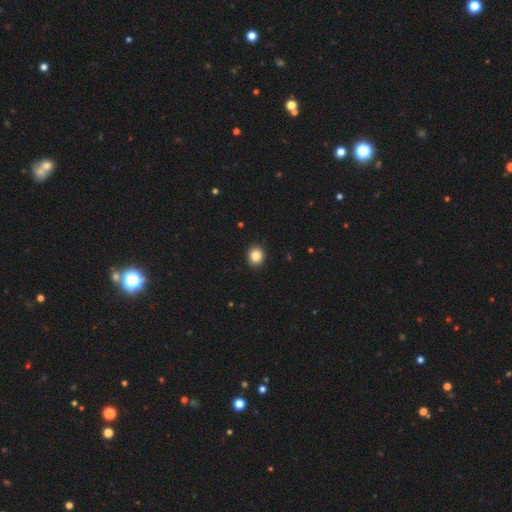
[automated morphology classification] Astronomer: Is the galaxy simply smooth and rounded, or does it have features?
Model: smooth — 84%.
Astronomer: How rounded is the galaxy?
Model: round — 72%.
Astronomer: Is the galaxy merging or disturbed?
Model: none — 92%.